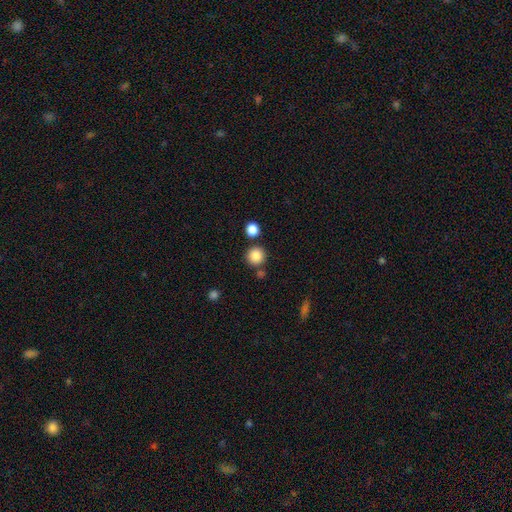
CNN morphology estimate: smooth-or-featured: smooth: 85% | star or artifact: 10% | featured or disk: 4%
  how-rounded: round: 93% | in between: 6% | cigar-shaped: 1%
  merging: none: 81% | merger: 9% | minor disturbance: 7% | major disturbance: 2%